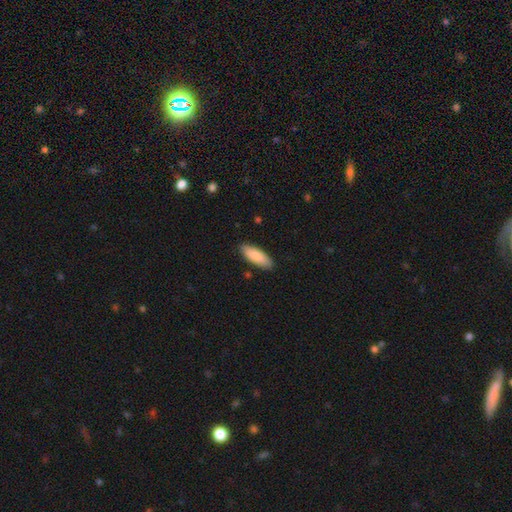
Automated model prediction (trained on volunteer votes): smooth_or_featured: smooth (p=0.86) [alt: featured or disk p=0.09]
how_rounded: in between (p=0.65) [alt: cigar-shaped p=0.34]
merging: none (p=0.87) [alt: minor disturbance p=0.10]